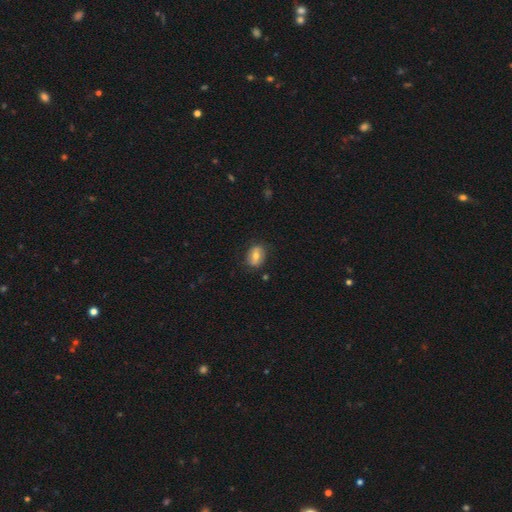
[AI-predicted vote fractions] This appears to be a smooth galaxy with no disk features (61%) that is in between round and cigar-shaped (70%). Merging: none (81%).